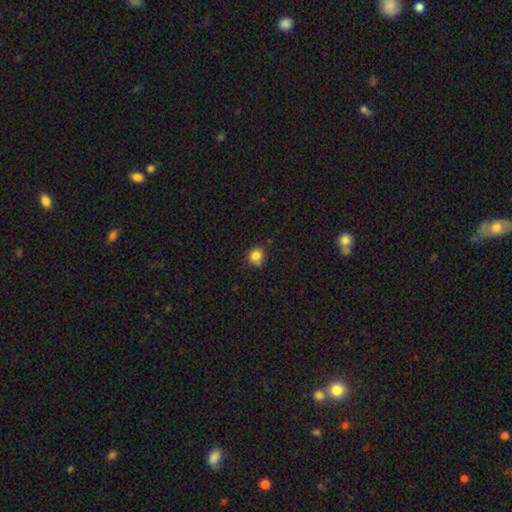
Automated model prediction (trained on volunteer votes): smooth-or-featured: smooth: 83% | star or artifact: 11% | featured or disk: 6%
  how-rounded: round: 83% | in between: 16% | cigar-shaped: 1%
  merging: none: 66% | minor disturbance: 23% | merger: 7% | major disturbance: 5%